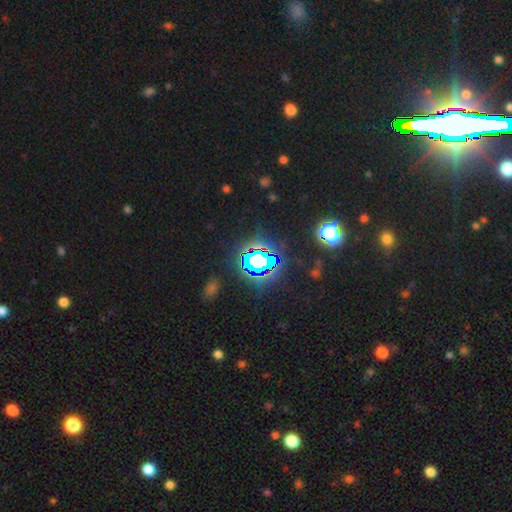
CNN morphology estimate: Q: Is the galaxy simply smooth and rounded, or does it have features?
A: star or artifact — 83%.